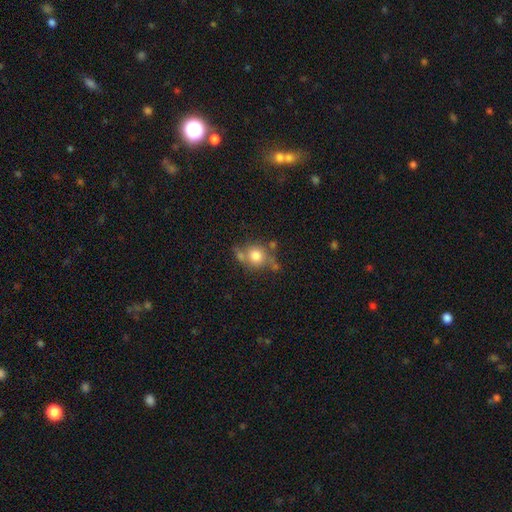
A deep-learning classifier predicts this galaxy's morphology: Smooth or featured? Predicted: smooth (p=0.72). How rounded? Predicted: round (p=0.79). Merging? Predicted: none (p=0.54).